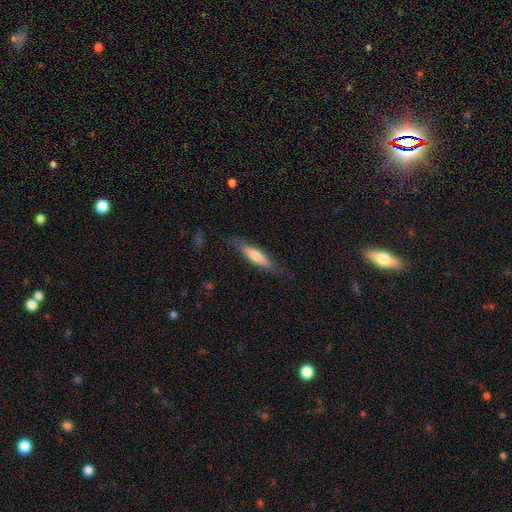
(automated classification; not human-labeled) smooth_or_featured: smooth (p=0.61) [alt: featured or disk p=0.33]
how_rounded: cigar-shaped (p=0.75) [alt: in between p=0.23]
merging: none (p=0.77) [alt: minor disturbance p=0.17]